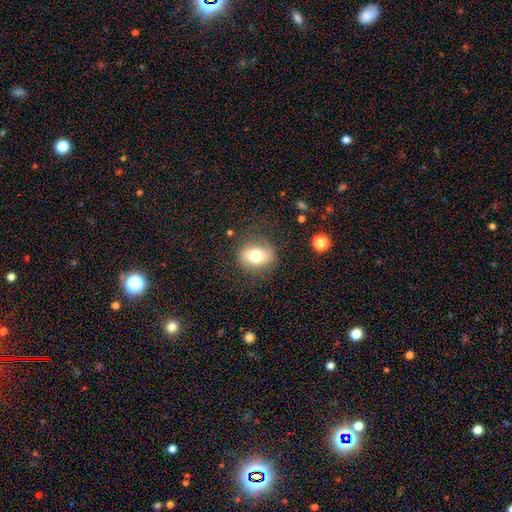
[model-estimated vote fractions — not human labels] A smooth galaxy with no disk features (70%) that is round (54%).

Vote fractions:
- Smooth or featured? smooth: 70% / featured or disk: 21% / star or artifact: 9%
- How rounded? round: 54% / in between: 45% / cigar-shaped: 1%
- Merging? none: 79% / minor disturbance: 14% / major disturbance: 6% / merger: 1%